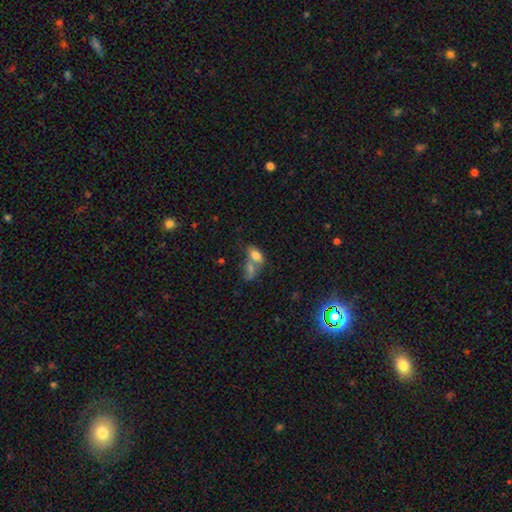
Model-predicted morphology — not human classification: A smooth galaxy with no disk features (76%) that is in between round and cigar-shaped (86%). Merging: merger (53%).